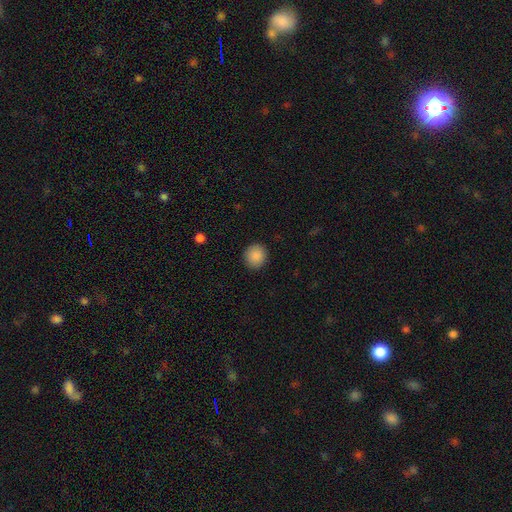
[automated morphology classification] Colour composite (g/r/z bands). It shows a smooth galaxy with no disk features (89%) that is round (87%). Merging: none (91%).